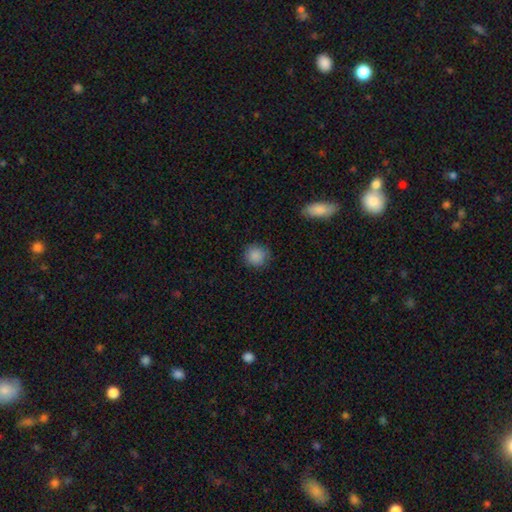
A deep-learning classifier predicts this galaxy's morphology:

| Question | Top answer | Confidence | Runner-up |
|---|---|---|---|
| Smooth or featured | smooth | 87% | star or artifact (9%) |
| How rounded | round | 92% | in between (7%) |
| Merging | none | 86% | minor disturbance (10%) |